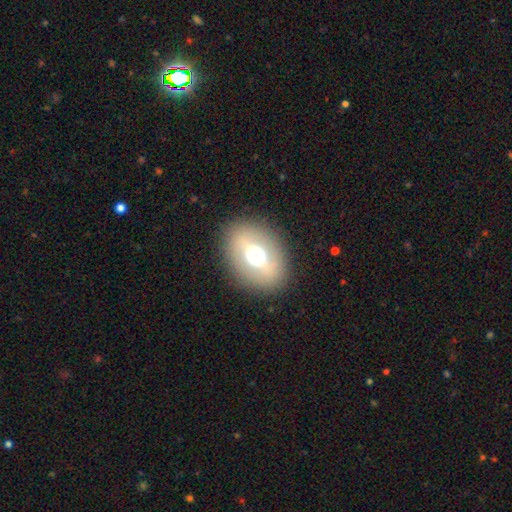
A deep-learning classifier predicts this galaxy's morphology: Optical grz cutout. It shows a smooth galaxy with no disk features (55%) that is in between round and cigar-shaped (71%). Merging: none (86%).